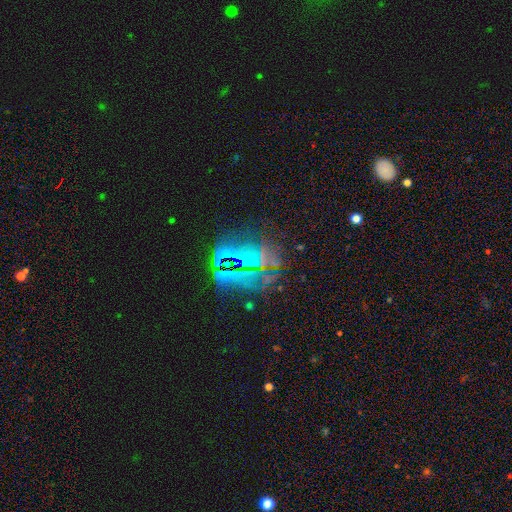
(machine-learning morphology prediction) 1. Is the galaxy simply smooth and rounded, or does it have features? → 60% star or artifact, 21% smooth, 19% featured or disk.